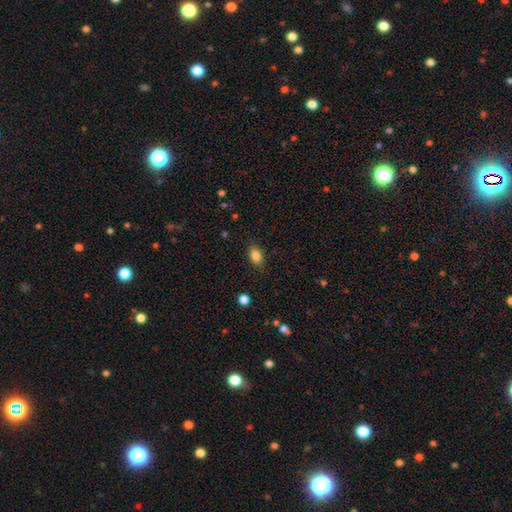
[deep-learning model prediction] Smooth or featured? Predicted: smooth (p=0.85). How rounded? Predicted: in between (p=0.82). Merging? Predicted: none (p=0.85).